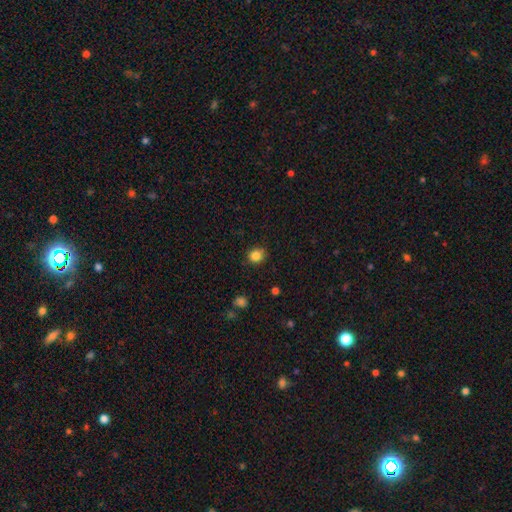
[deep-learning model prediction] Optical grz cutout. It shows a smooth galaxy with no disk features (84%) that is round (82%). Merging: none (83%).